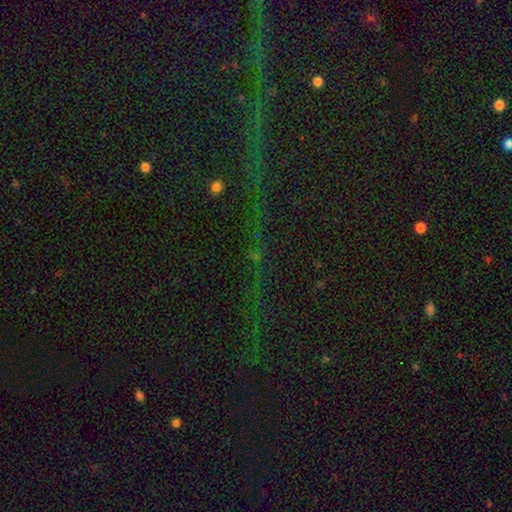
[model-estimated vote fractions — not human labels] A star or artifact, not a galaxy (73%).

Vote fractions:
- Smooth or featured? star or artifact: 73% / smooth: 16% / featured or disk: 11%